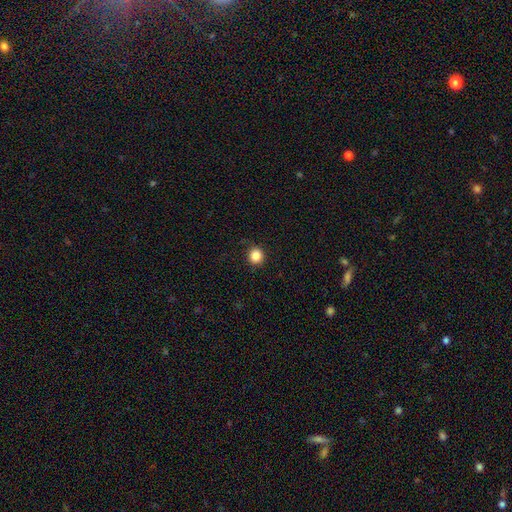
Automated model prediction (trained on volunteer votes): Smooth or featured?
  - smooth: 86% *
  - star or artifact: 11%
  - featured or disk: 3%
How rounded?
  - round: 91% *
  - in between: 8%
  - cigar-shaped: 1%
Merging?
  - none: 89% *
  - minor disturbance: 8%
  - major disturbance: 2%
  - merger: 1%